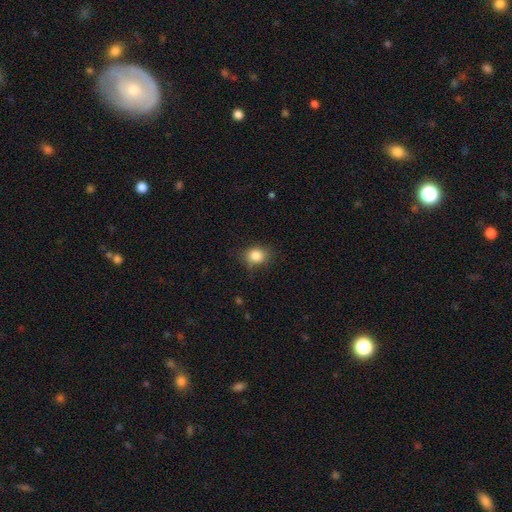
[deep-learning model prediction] Smooth or featured?
  - smooth: 84% *
  - star or artifact: 10%
  - featured or disk: 6%
How rounded?
  - round: 57% *
  - in between: 42%
  - cigar-shaped: 1%
Merging?
  - none: 74% *
  - minor disturbance: 20%
  - major disturbance: 5%
  - merger: 1%